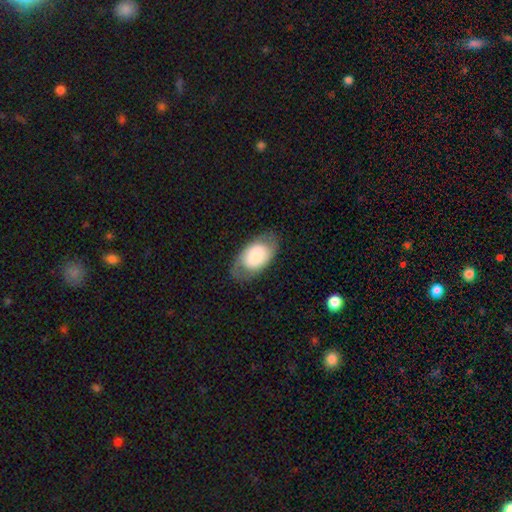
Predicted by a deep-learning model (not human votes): Smooth or featured?
  - smooth: 67% *
  - featured or disk: 26%
  - star or artifact: 7%
How rounded?
  - in between: 92% *
  - round: 7%
  - cigar-shaped: 1%
Merging?
  - none: 69% *
  - minor disturbance: 20%
  - major disturbance: 9%
  - merger: 1%